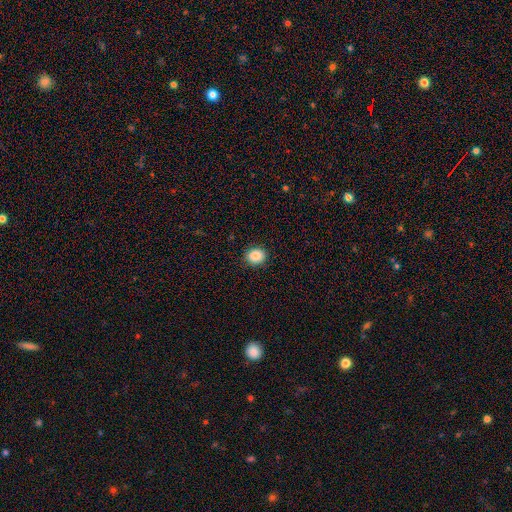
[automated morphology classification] This is clearly a smooth galaxy (87%). How rounded: likely round (68%). Merging: clearly none (90%).